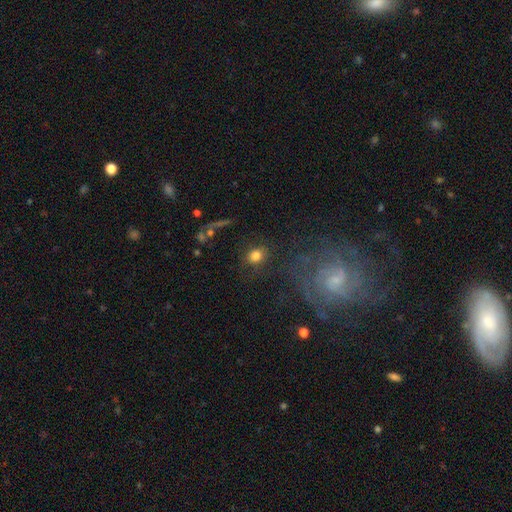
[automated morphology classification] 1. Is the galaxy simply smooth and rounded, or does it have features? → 80% smooth, 11% star or artifact, 9% featured or disk.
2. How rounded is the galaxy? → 66% round, 32% in between, 2% cigar-shaped.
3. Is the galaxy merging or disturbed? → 79% none, 11% minor disturbance, 5% major disturbance, 4% merger.